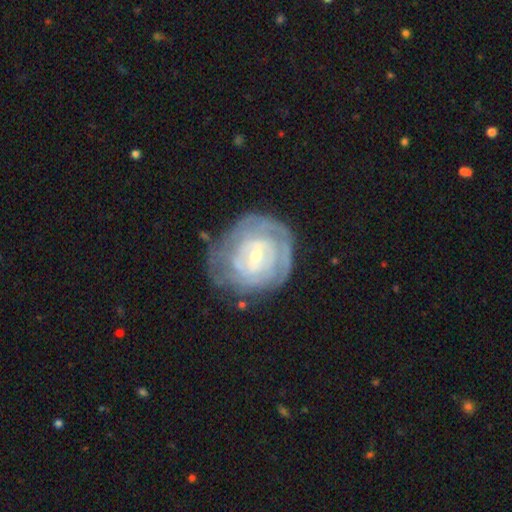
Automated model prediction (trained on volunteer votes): This is likely a featured or disk galaxy (78%). It is clearly not viewed edge-on (97%). Bar: marginally no (44%, tied with weak). Spiral arm pattern: clearly yes (81%). Spiral arm count: possibly can't tell (54%). Spiral winding: likely tight (76%). Central bulge: likely small (67%). Merging: likely none (66%).